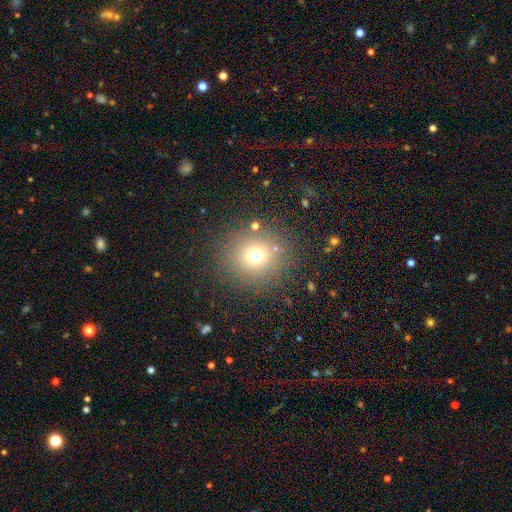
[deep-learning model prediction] smooth-or-featured: smooth: 69% | star or artifact: 20% | featured or disk: 11%
  how-rounded: round: 90% | in between: 9% | cigar-shaped: 1%
  merging: none: 84% | minor disturbance: 8% | major disturbance: 5% | merger: 4%